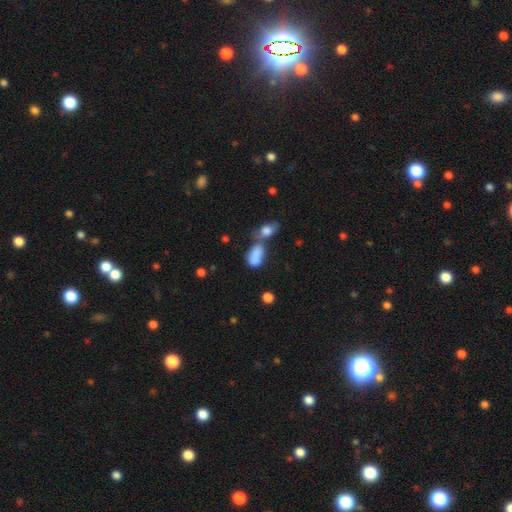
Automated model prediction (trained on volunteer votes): Q: Smooth or featured?
A: smooth (81%); runner-up: featured or disk (10%)
Q: How rounded?
A: in between (88%); runner-up: round (8%)
Q: Merging?
A: merger (50%); runner-up: none (25%)